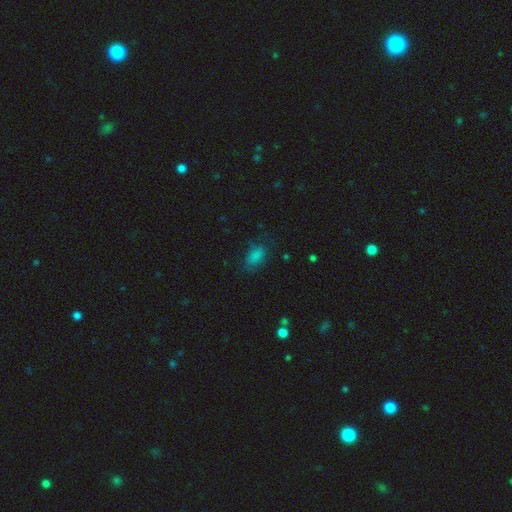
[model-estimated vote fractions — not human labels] Morphology: type=smooth (81%); roundness=in between (86%); merging=none (65%).